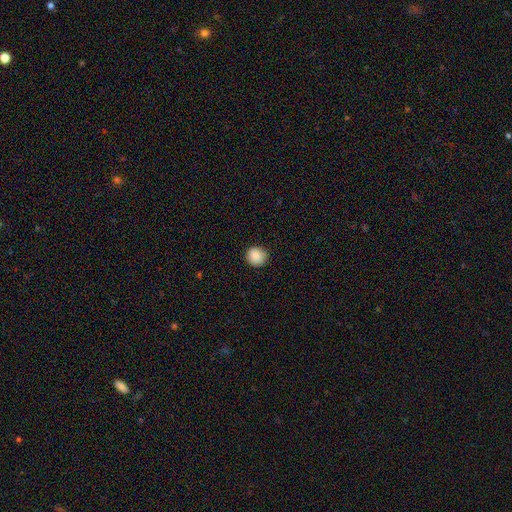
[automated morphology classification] type=smooth (88%); roundness=round (89%); merging=none (89%).